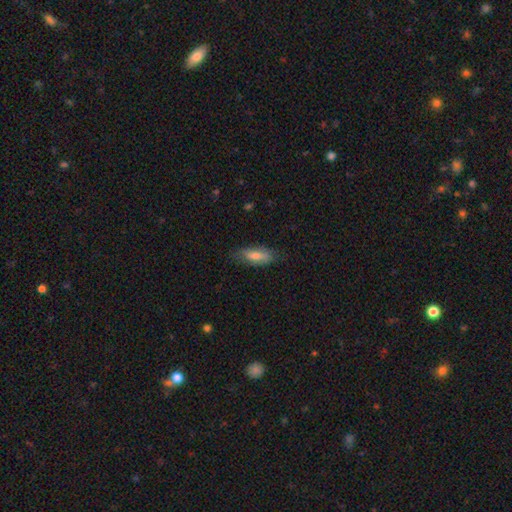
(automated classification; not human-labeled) Morphology: type=smooth (70%); roundness=in between (70%); merging=none (76%).